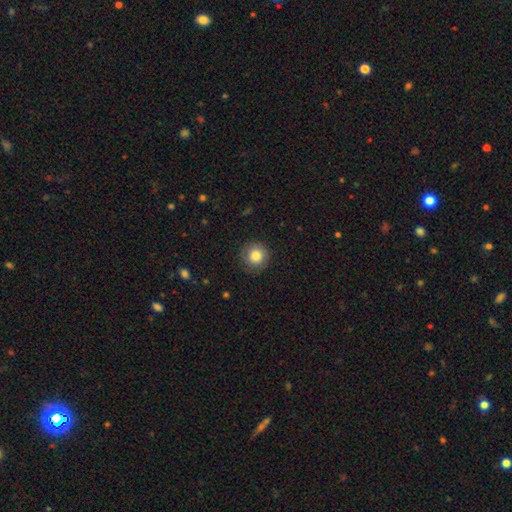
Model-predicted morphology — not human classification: smooth-or-featured: smooth: 83% | star or artifact: 9% | featured or disk: 8%
  how-rounded: round: 94% | in between: 5% | cigar-shaped: 1%
  merging: none: 86% | minor disturbance: 10% | major disturbance: 3% | merger: 1%